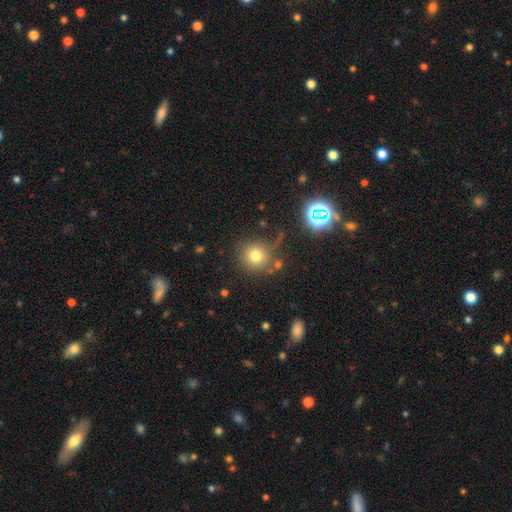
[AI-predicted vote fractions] A smooth galaxy with no disk features (74%) that is round (92%). Merging: none (74%).